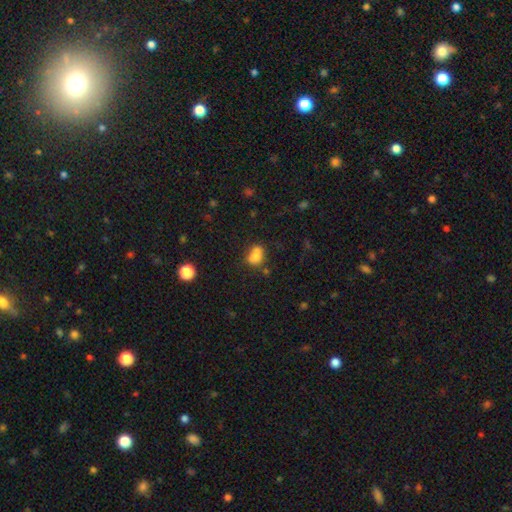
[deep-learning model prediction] Smooth or featured?
  - smooth: 74% *
  - featured or disk: 14%
  - star or artifact: 12%
How rounded?
  - in between: 64% *
  - round: 34%
  - cigar-shaped: 2%
Merging?
  - none: 41% *
  - merger: 33%
  - minor disturbance: 18%
  - major disturbance: 7%